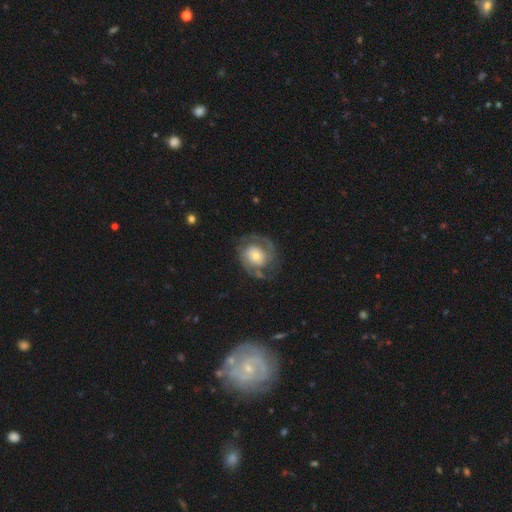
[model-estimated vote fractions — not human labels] Smooth or featured?
  - featured or disk: 72% *
  - smooth: 21%
  - star or artifact: 6%
Edge-on disk?
  - no: 97% *
  - yes: 3%
Bar?
  - no: 75% *
  - weak: 19%
  - strong: 6%
Spiral arms?
  - yes: 84% *
  - no: 16%
Spiral winding?
  - tight: 42% *
  - medium: 41%
  - loose: 17%
Spiral arm count?
  - 2: 71% *
  - can't tell: 15%
  - 3: 6%
  - 1: 5%
  - 4: 2%
  - more than 4: 2%
Bulge size?
  - moderate: 46% *
  - small: 39%
  - large: 12%
  - dominant: 2%
  - none: 2%
Merging?
  - none: 67% *
  - minor disturbance: 17%
  - major disturbance: 14%
  - merger: 2%